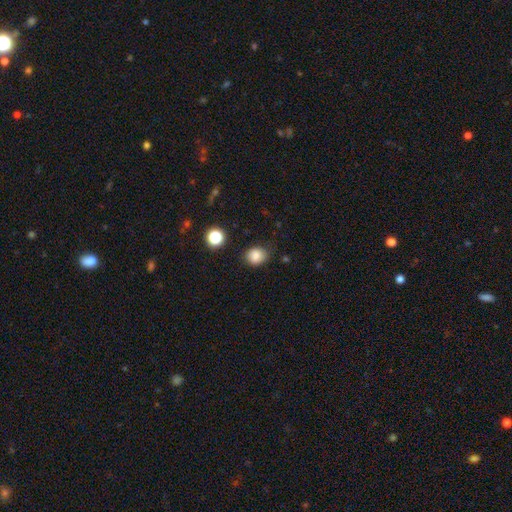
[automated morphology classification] This appears to be a smooth galaxy with no disk features (84%) that is round (65%). Merging: none (80%).